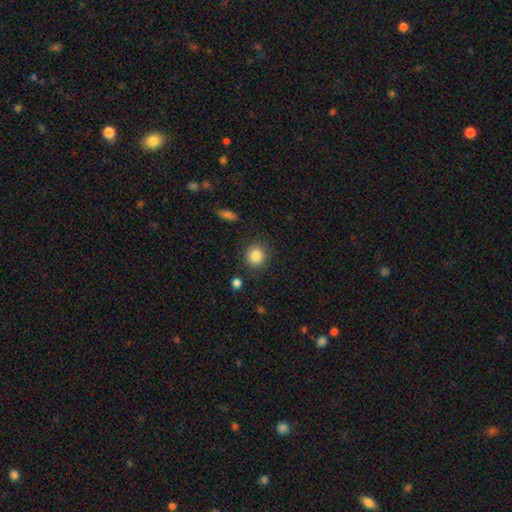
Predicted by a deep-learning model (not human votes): Q: Smooth or featured?
A: smooth (86%); runner-up: star or artifact (9%)
Q: How rounded?
A: round (89%); runner-up: in between (10%)
Q: Merging?
A: none (87%); runner-up: minor disturbance (8%)